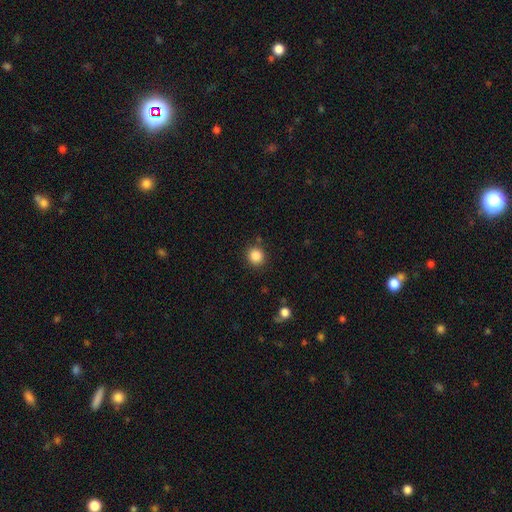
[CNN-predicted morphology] smooth 86%, star or artifact 10%, featured or disk 4%. Down the decision tree: how rounded — round (88%); merging — none (87%).